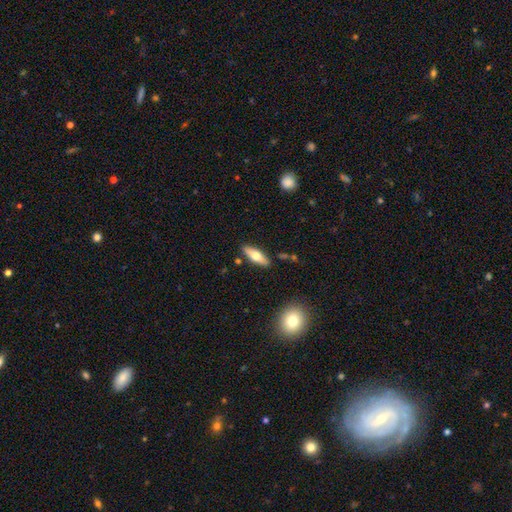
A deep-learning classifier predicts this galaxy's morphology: This appears to be a smooth galaxy with no disk features (55%) that is in between round and cigar-shaped (53%). Merging: none (87%).